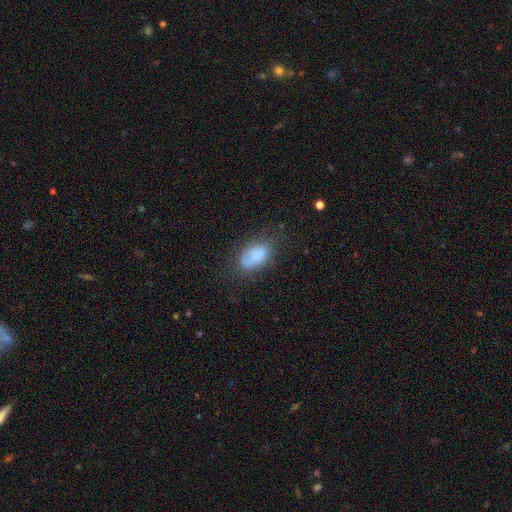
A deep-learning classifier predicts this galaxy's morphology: Smooth or featured? smooth (78%)
How rounded? in between (91%)
Merging? none (62%)